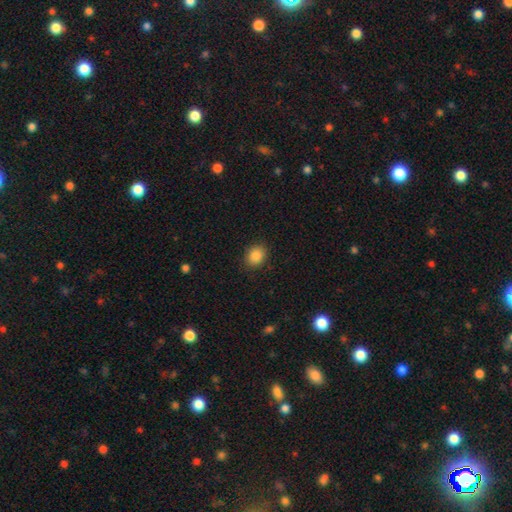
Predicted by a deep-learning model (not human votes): A smooth galaxy with no disk features (87%) that is round (55%). Merging: none (87%).